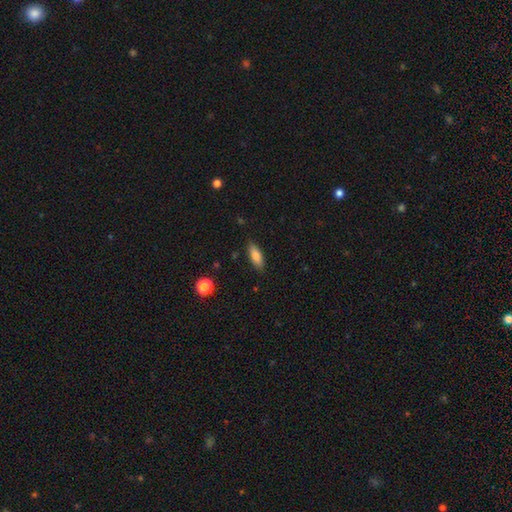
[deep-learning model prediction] The model was most divided on "how rounded": in between: 68%, cigar-shaped: 29%, round: 3%. More confident: merging — none (86%); smooth or featured — smooth (78%).